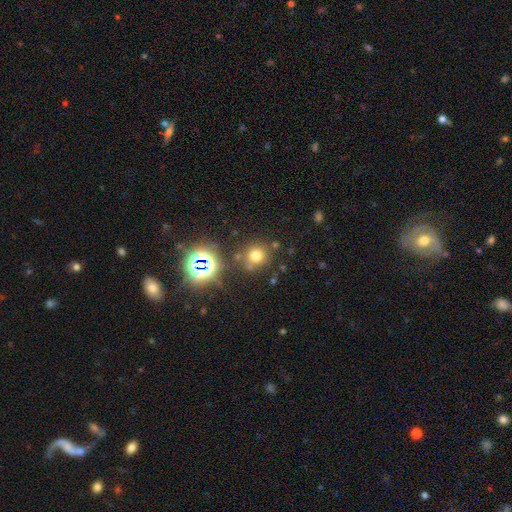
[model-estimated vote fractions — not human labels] This is likely a smooth galaxy (66%). How rounded: clearly round (89%). Merging: likely none (76%).